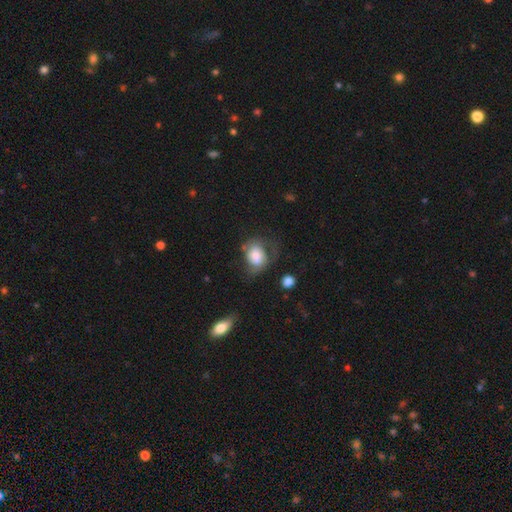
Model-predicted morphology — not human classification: Smooth or featured?
  - smooth: 61% *
  - featured or disk: 31%
  - star or artifact: 8%
How rounded?
  - in between: 56% *
  - round: 43%
  - cigar-shaped: 1%
Merging?
  - none: 37% *
  - major disturbance: 30%
  - minor disturbance: 29%
  - merger: 4%